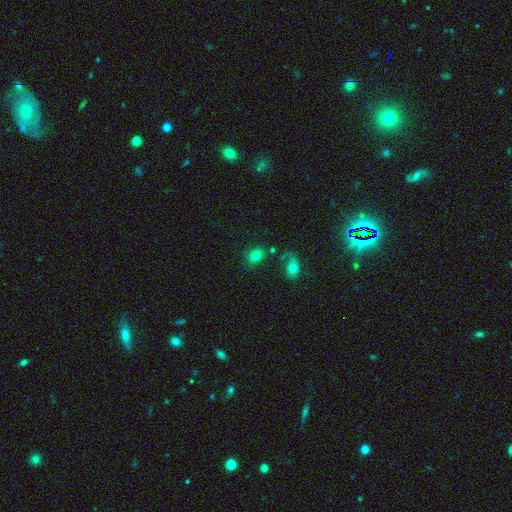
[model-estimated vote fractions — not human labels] Smooth or featured? Predicted: smooth (p=0.77). How rounded? Predicted: in between (p=0.63). Merging? Predicted: none (p=0.71).